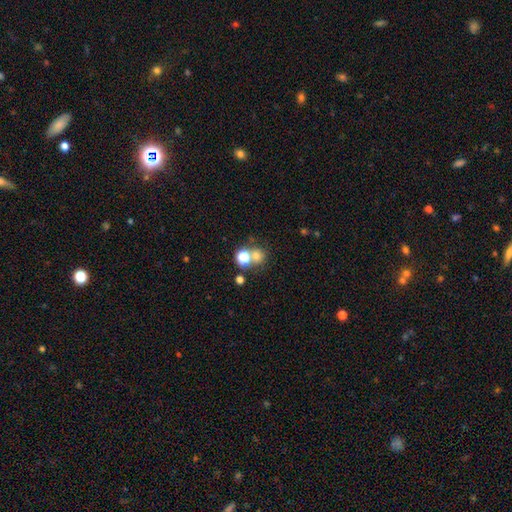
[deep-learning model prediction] Smooth or featured? smooth (69%)
How rounded? round (83%)
Merging? none (52%)